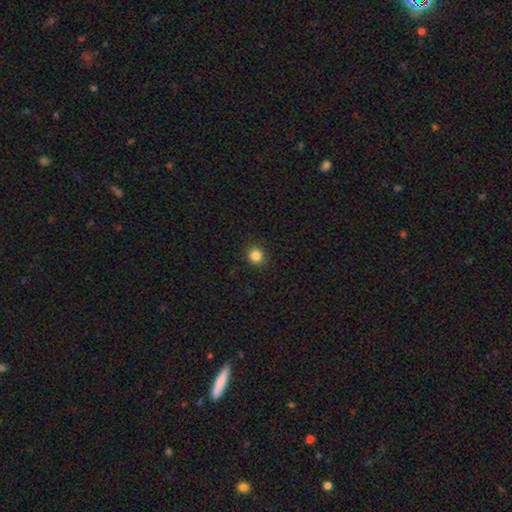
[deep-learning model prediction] A smooth galaxy with no disk features (85%) that is round (87%).

Vote fractions:
- Smooth or featured? smooth: 85% / star or artifact: 11% / featured or disk: 4%
- How rounded? round: 87% / in between: 12% / cigar-shaped: 1%
- Merging? none: 91% / minor disturbance: 6% / major disturbance: 2% / merger: 1%